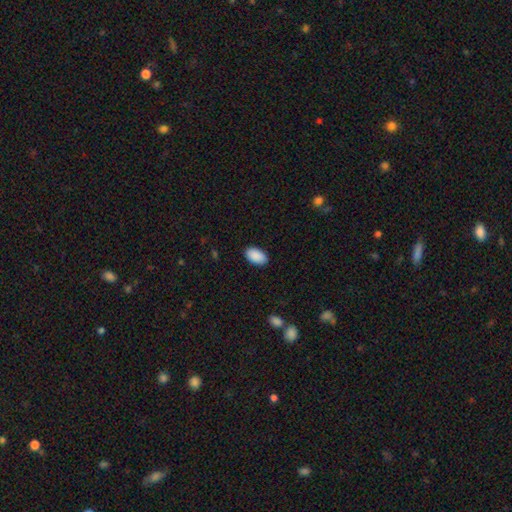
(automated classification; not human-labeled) Q: Smooth or featured?
A: smooth (91%); runner-up: star or artifact (6%)
Q: How rounded?
A: in between (95%); runner-up: round (4%)
Q: Merging?
A: none (88%); runner-up: minor disturbance (9%)